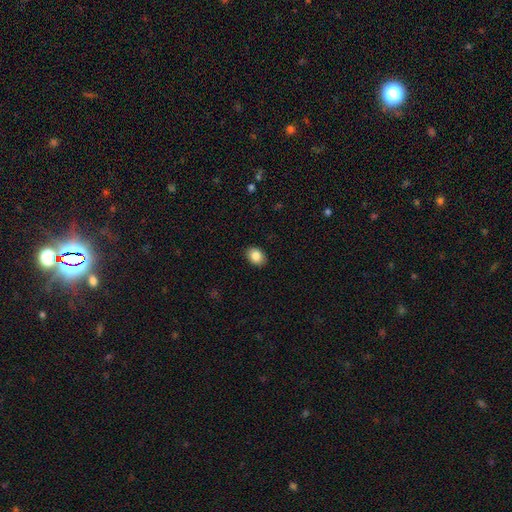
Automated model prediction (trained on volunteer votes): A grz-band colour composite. It shows a smooth galaxy with no disk features (86%) that is in between round and cigar-shaped (73%). Merging: none (89%).